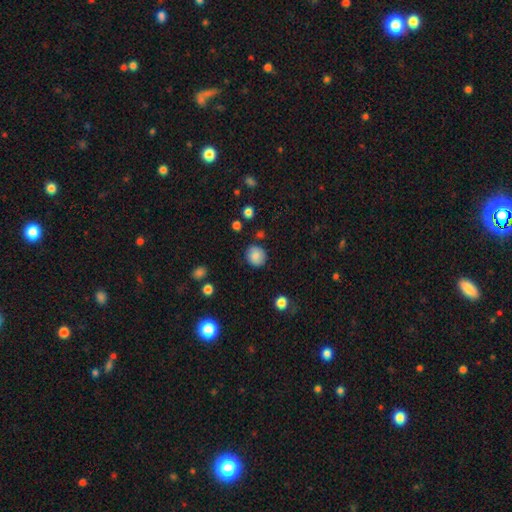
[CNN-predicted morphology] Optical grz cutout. It shows a smooth galaxy with no disk features (83%) that is round (81%). Merging: none (83%).